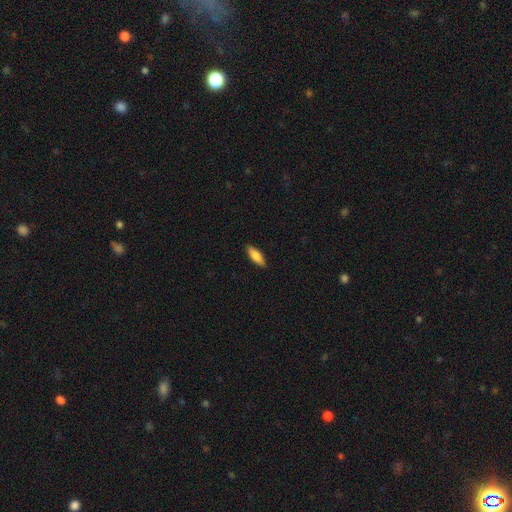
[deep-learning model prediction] Q: Smooth or featured?
A: smooth (77%); runner-up: featured or disk (17%)
Q: How rounded?
A: in between (58%); runner-up: cigar-shaped (40%)
Q: Merging?
A: none (89%); runner-up: minor disturbance (8%)